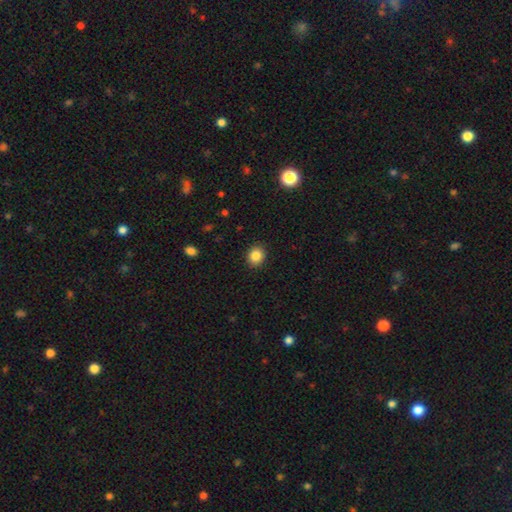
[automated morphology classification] A smooth galaxy with no disk features (85%) that is round (72%).

Vote fractions:
- Smooth or featured? smooth: 85% / star or artifact: 10% / featured or disk: 5%
- How rounded? round: 72% / in between: 27% / cigar-shaped: 1%
- Merging? none: 91% / minor disturbance: 6% / major disturbance: 2% / merger: 1%